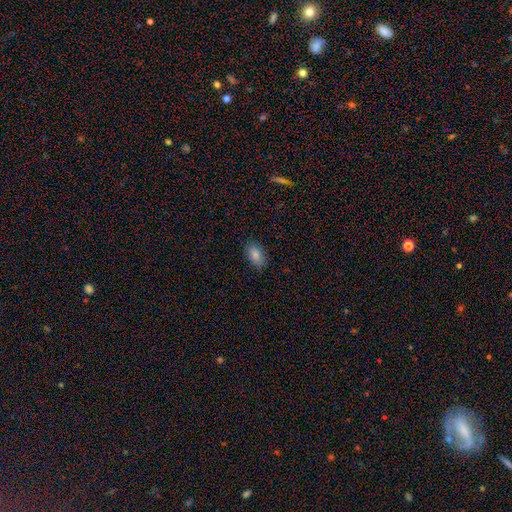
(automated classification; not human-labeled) smooth-or-featured: smooth: 81% | star or artifact: 10% | featured or disk: 9%
  how-rounded: in between: 88% | round: 10% | cigar-shaped: 2%
  merging: none: 85% | minor disturbance: 12% | major disturbance: 2% | merger: 1%